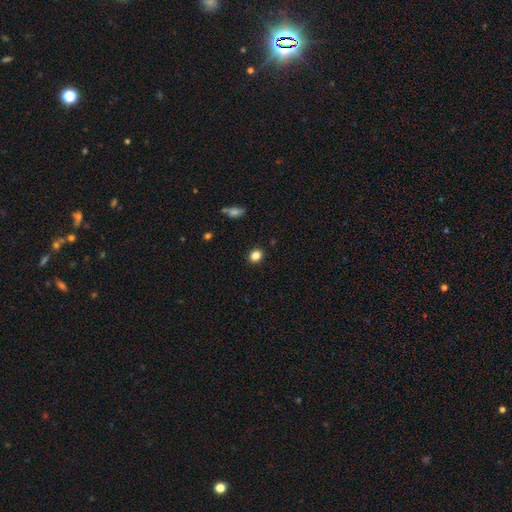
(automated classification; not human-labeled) Q: Smooth or featured?
A: smooth (84%); runner-up: star or artifact (11%)
Q: How rounded?
A: round (58%); runner-up: in between (41%)
Q: Merging?
A: none (90%); runner-up: minor disturbance (7%)